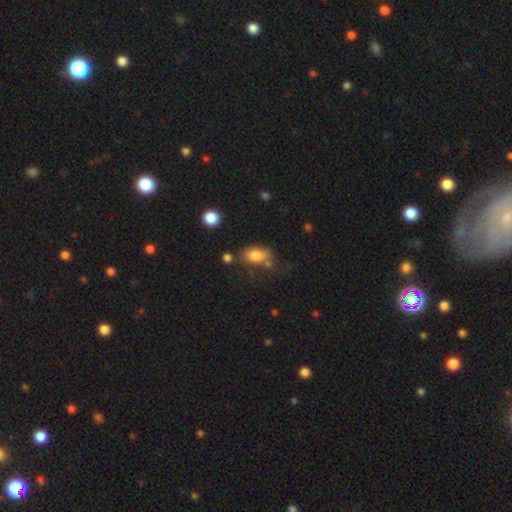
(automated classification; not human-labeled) smooth-or-featured: smooth: 81% | featured or disk: 10% | star or artifact: 9%
  how-rounded: in between: 87% | round: 10% | cigar-shaped: 2%
  merging: none: 61% | minor disturbance: 21% | merger: 11% | major disturbance: 7%